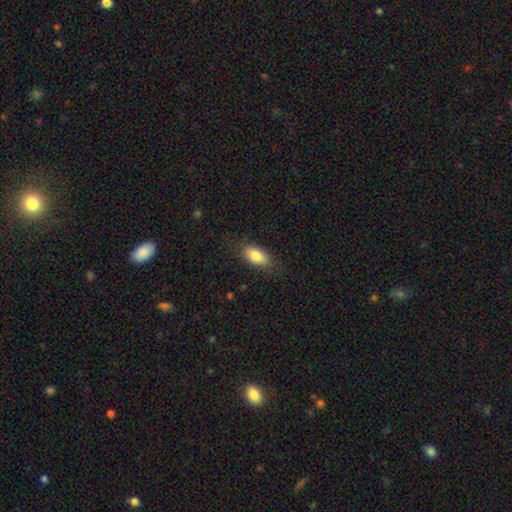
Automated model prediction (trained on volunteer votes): The model was most divided on "smooth or featured": smooth: 81%, featured or disk: 12%, star or artifact: 7%. More confident: how rounded — in between (90%); merging — none (83%).